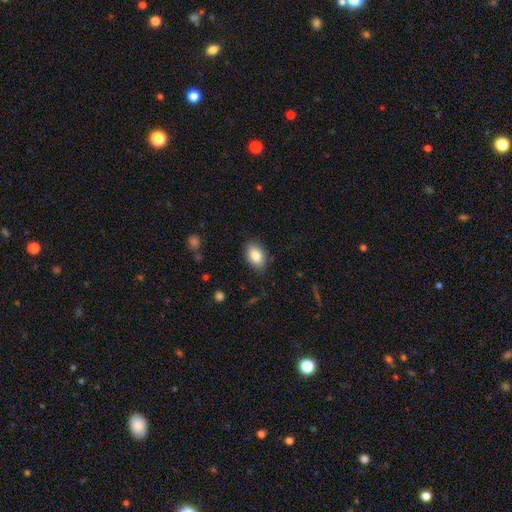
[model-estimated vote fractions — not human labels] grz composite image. It shows a smooth galaxy with no disk features (84%) that is in between round and cigar-shaped (88%). Merging: none (85%).